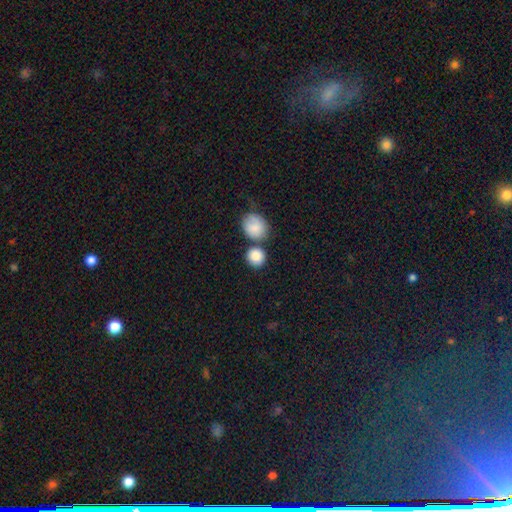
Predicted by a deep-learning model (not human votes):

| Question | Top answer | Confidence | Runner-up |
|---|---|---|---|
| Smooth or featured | smooth | 88% | star or artifact (7%) |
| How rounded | round | 85% | in between (14%) |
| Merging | none | 65% | merger (22%) |